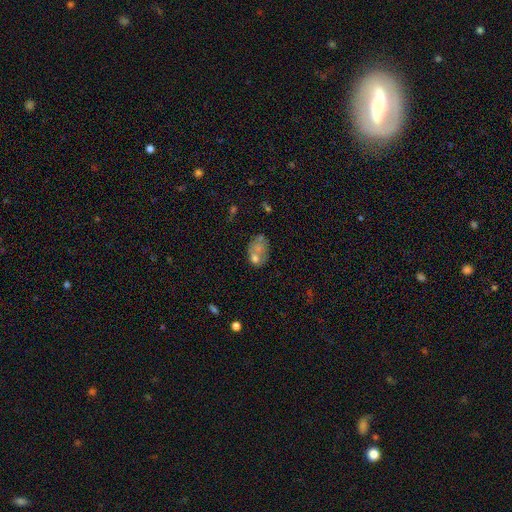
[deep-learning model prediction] Q: Smooth or featured?
A: smooth (56%); runner-up: featured or disk (34%)
Q: How rounded?
A: in between (75%); runner-up: round (24%)
Q: Merging?
A: none (37%); runner-up: merger (31%)